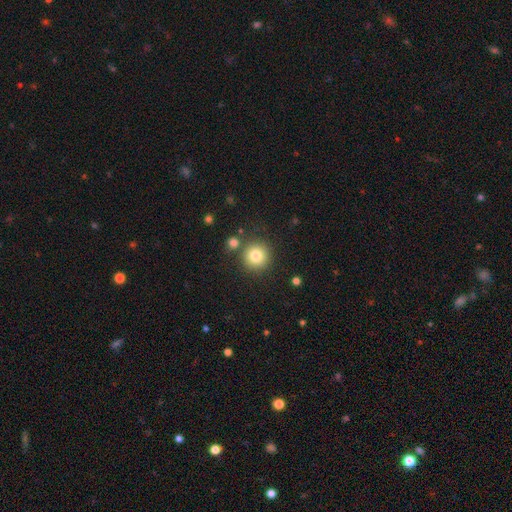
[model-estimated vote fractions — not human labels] This is clearly a smooth galaxy (81%). How rounded: clearly round (94%). Merging: clearly none (81%).